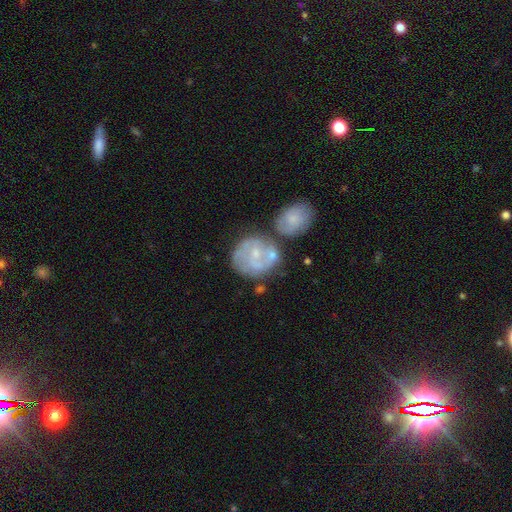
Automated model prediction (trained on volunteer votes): The model was most divided on "merging": none: 41%, merger: 34%, minor disturbance: 17%, major disturbance: 9%. More confident: edge-on disk — no (97%); bar — no (69%); bulge size — small (58%); smooth or featured — featured or disk (58%); spiral arms — yes (57%).